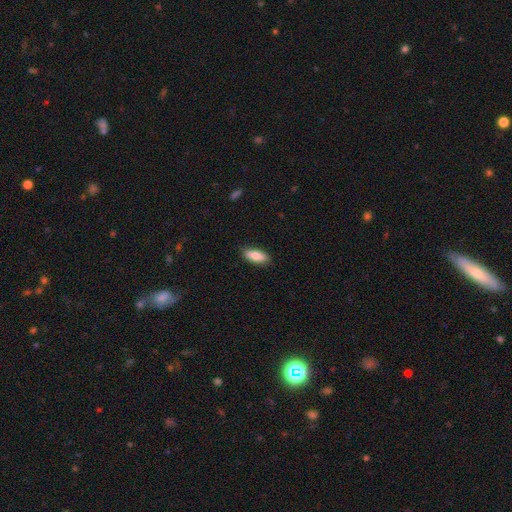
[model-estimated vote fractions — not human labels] A smooth galaxy with no disk features (85%) that is in between round and cigar-shaped (76%). Merging: none (87%).